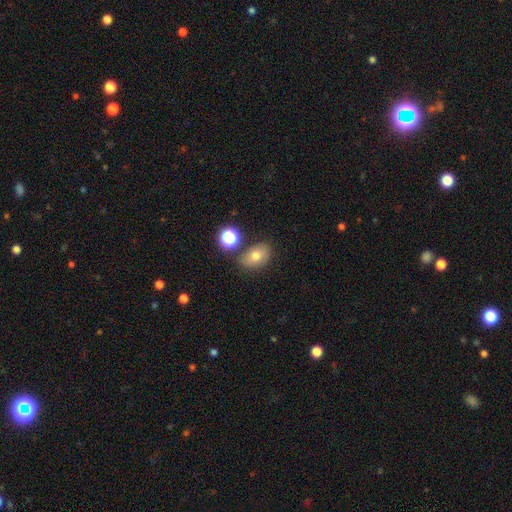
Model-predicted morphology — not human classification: A smooth galaxy with no disk features (72%) that is in between round and cigar-shaped (75%).

Vote fractions:
- Smooth or featured? smooth: 72% / featured or disk: 15% / star or artifact: 13%
- How rounded? in between: 75% / round: 24% / cigar-shaped: 1%
- Merging? none: 72% / minor disturbance: 15% / merger: 8% / major disturbance: 4%